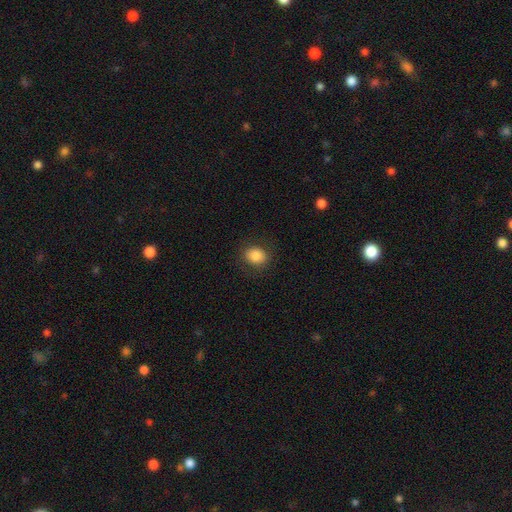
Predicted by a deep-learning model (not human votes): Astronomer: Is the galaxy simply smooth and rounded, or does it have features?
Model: smooth — 86%.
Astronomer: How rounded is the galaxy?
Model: round — 56% (runner-up: in between, 43%).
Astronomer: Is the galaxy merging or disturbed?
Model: none — 85%.